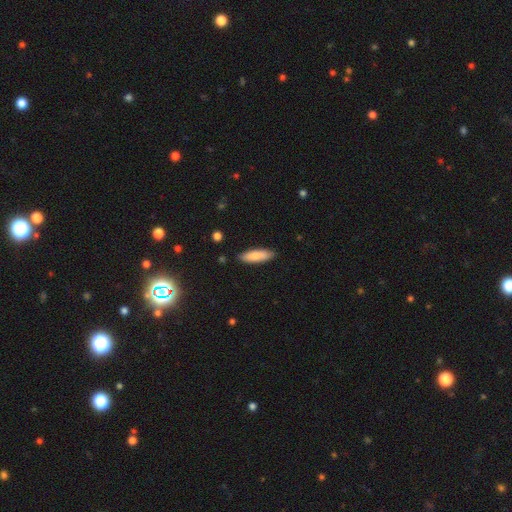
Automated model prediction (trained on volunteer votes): A smooth galaxy with no disk features (83%) that is cigar-shaped (53%). Merging: none (86%).